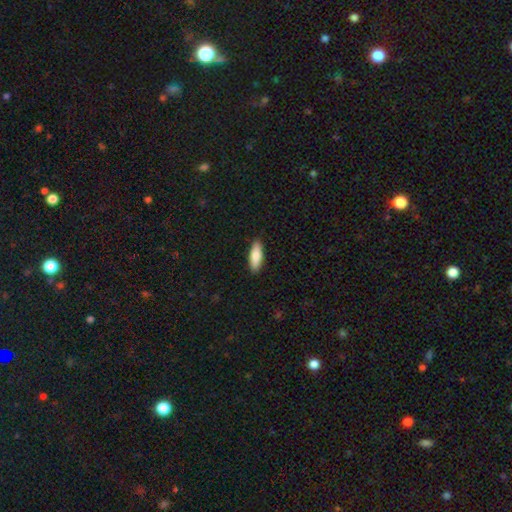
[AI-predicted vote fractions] smooth_or_featured: smooth (p=0.81) [alt: featured or disk p=0.13]
how_rounded: in between (p=0.54) [alt: cigar-shaped p=0.44]
merging: none (p=0.90) [alt: minor disturbance p=0.08]